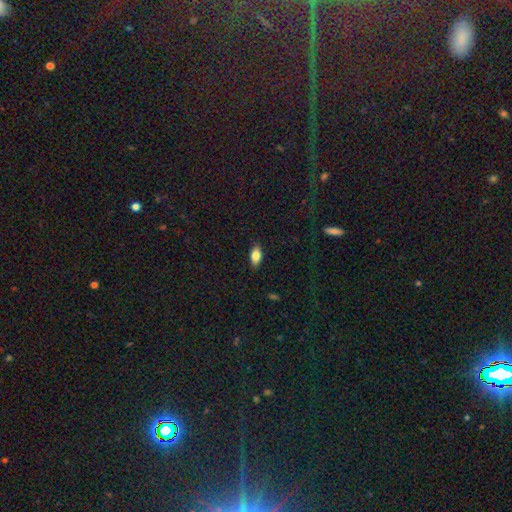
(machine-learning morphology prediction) This is clearly a smooth galaxy (82%). How rounded: clearly in between (89%). Merging: clearly none (87%).